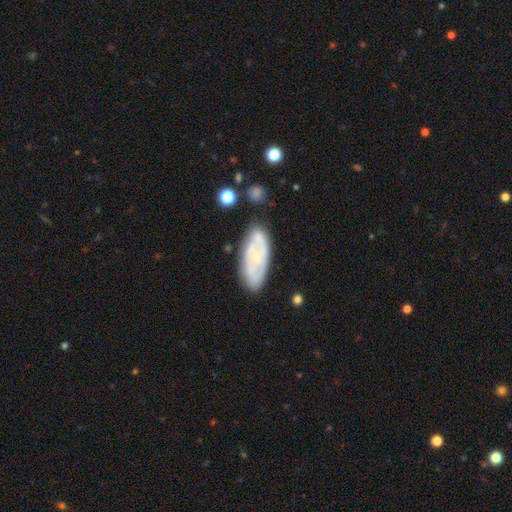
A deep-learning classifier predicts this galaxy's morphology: The model was most divided on "smooth or featured": featured or disk: 59%, smooth: 33%, star or artifact: 7%. More confident: edge-on disk — no (89%); merging — none (75%); spiral arms — yes (72%); bar — no (64%); bulge size — small (63%).